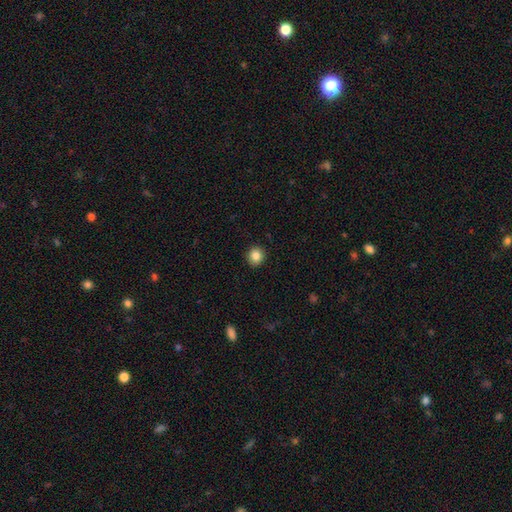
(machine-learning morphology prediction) Smooth or featured: smooth — 85% (star or artifact — 10%)
How rounded: round — 89% (in between — 10%)
Merging: none — 92% (minor disturbance — 5%)